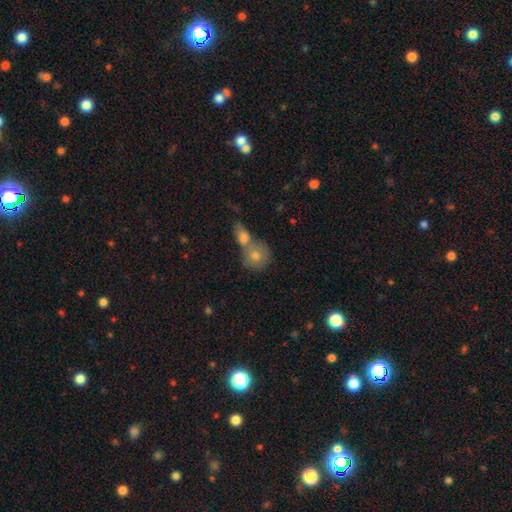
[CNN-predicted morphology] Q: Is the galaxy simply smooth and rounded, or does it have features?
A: smooth — 76%.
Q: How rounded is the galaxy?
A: round — 79%.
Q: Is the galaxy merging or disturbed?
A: merger — 53%.